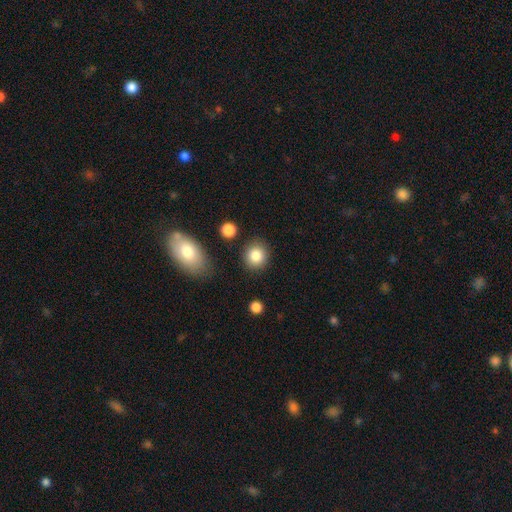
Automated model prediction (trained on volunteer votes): smooth 84%, star or artifact 9%, featured or disk 7%. Down the decision tree: how rounded — round (82%); merging — none (86%).